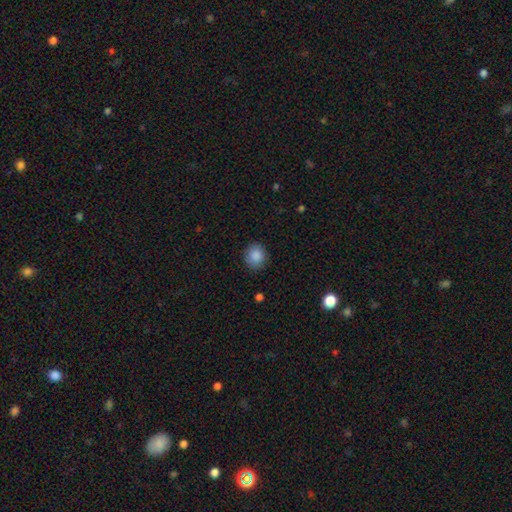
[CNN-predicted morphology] This appears to be a smooth galaxy with no disk features (87%) that is round (82%). Merging: none (88%).